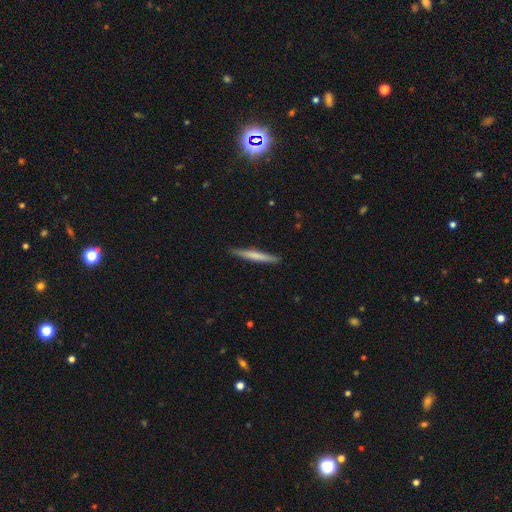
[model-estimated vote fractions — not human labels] smooth-or-featured: smooth: 62% | featured or disk: 32% | star or artifact: 5%
  how-rounded: cigar-shaped: 96% | in between: 3% | round: 1%
  merging: none: 91% | minor disturbance: 7% | major disturbance: 1% | merger: 1%